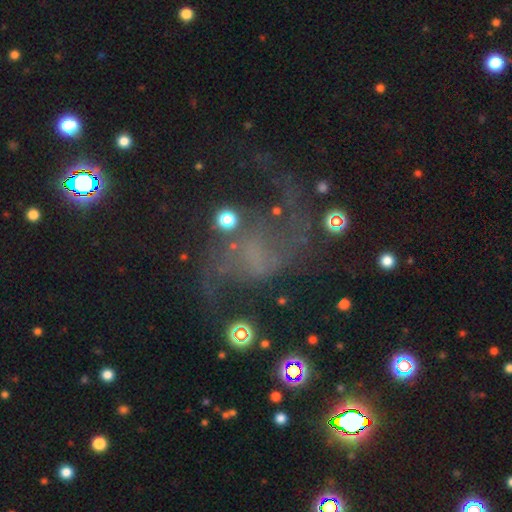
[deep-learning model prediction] Smooth or featured? Predicted: featured or disk (p=0.70). Edge-on disk? Predicted: no (p=0.97). Bar? Predicted: no (p=0.49). Spiral arms? Predicted: yes (p=0.87). Spiral winding? Predicted: loose (p=0.67). Spiral arm count? Predicted: 2 (p=0.86). Bulge size? Predicted: none (p=0.57). Merging? Predicted: none (p=0.52).